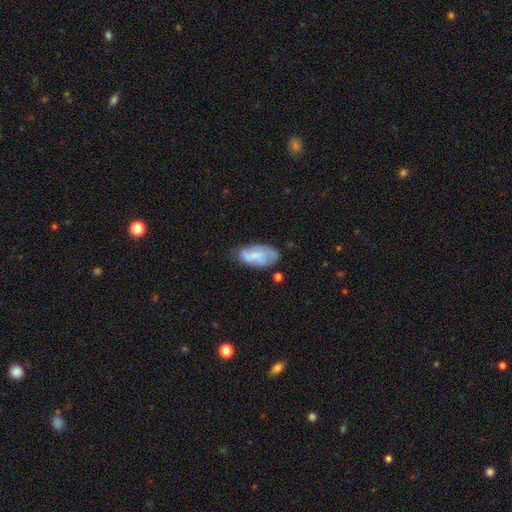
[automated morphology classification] This appears to be a smooth galaxy with no disk features (52%) that is in between round and cigar-shaped (91%). Merging: none (56%).